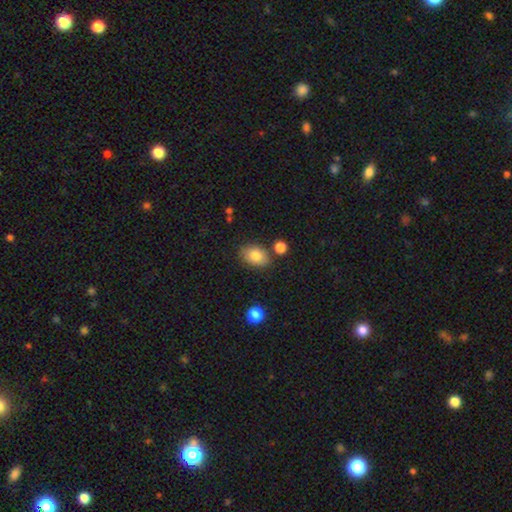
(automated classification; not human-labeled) The model was most divided on "how rounded": in between: 79%, round: 20%, cigar-shaped: 1%. More confident: smooth or featured — smooth (80%); merging — none (78%).